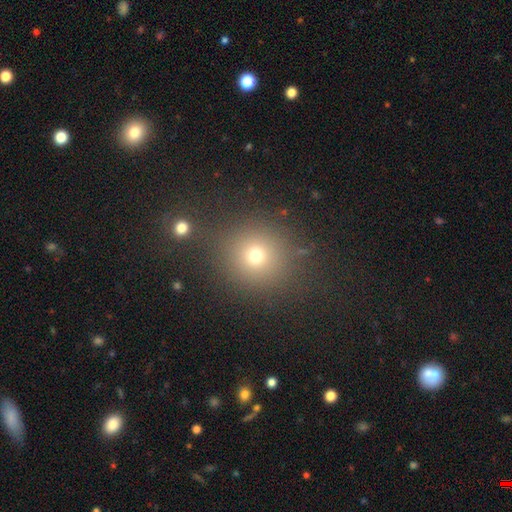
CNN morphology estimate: A smooth galaxy with no disk features (70%) that is round (90%). Merging: none (80%).